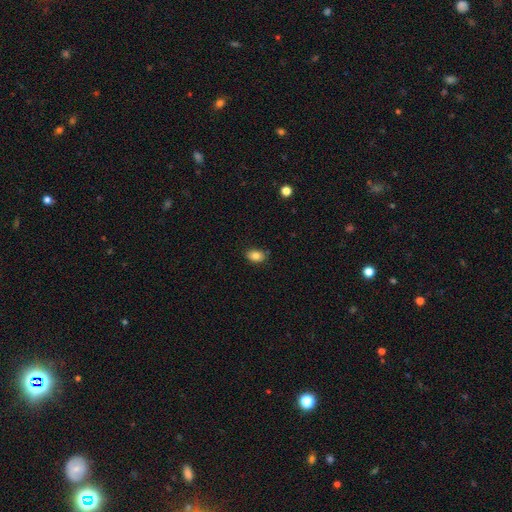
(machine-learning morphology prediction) smooth_or_featured: smooth (p=0.83) [alt: star or artifact p=0.09]
how_rounded: in between (p=0.83) [alt: round p=0.15]
merging: none (p=0.81) [alt: minor disturbance p=0.15]